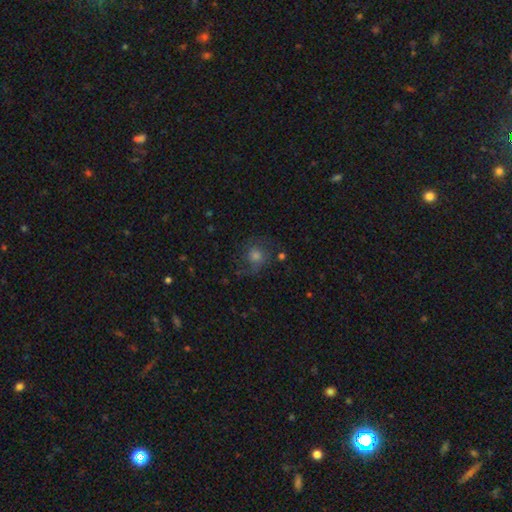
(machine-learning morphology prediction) Smooth or featured: smooth — 43% (featured or disk — 37%)
Merging: none — 68% (minor disturbance — 17%)